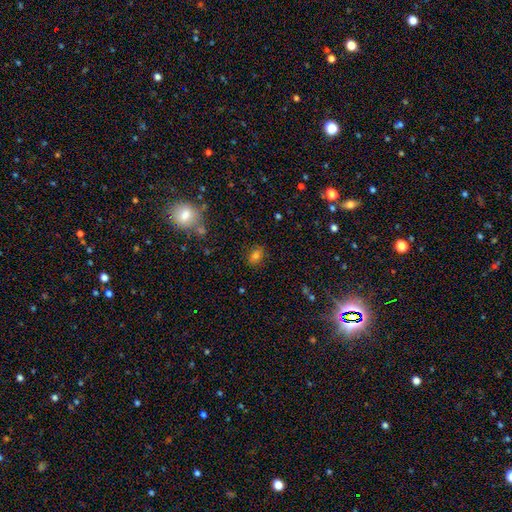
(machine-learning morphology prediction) This appears to be a smooth galaxy with no disk features (71%) that is in between round and cigar-shaped (68%). Merging: none (84%).